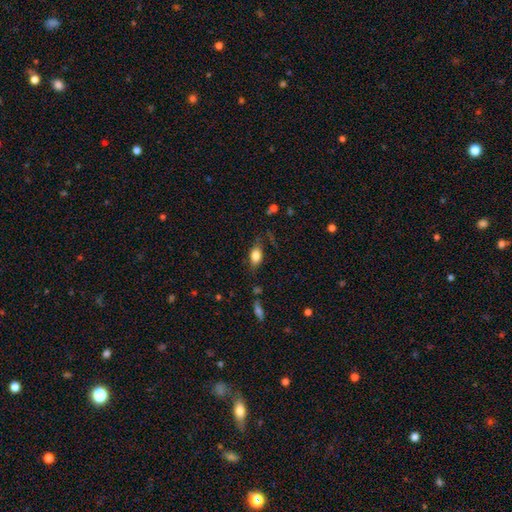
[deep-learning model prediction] smooth_or_featured: smooth (p=0.78) [alt: featured or disk p=0.14]
how_rounded: in between (p=0.86) [alt: round p=0.09]
merging: none (p=0.69) [alt: minor disturbance p=0.20]